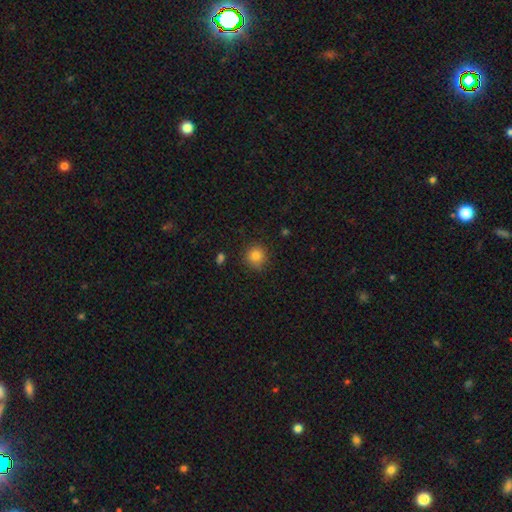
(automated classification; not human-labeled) smooth-or-featured: smooth: 83% | star or artifact: 11% | featured or disk: 6%
  how-rounded: round: 92% | in between: 7% | cigar-shaped: 1%
  merging: none: 84% | minor disturbance: 12% | major disturbance: 3% | merger: 2%